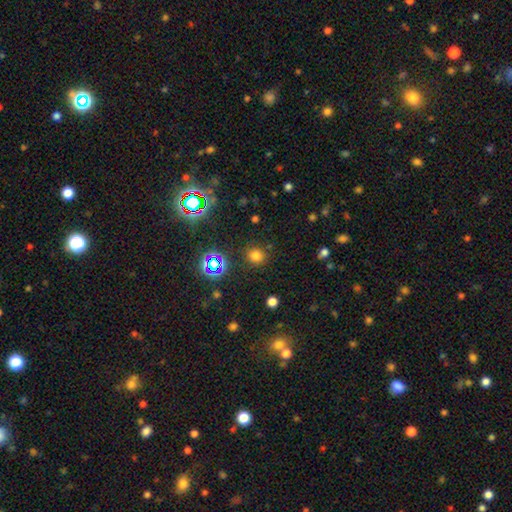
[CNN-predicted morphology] smooth 71%, star or artifact 23%, featured or disk 6%. Down the decision tree: how rounded — round (88%); merging — none (86%).